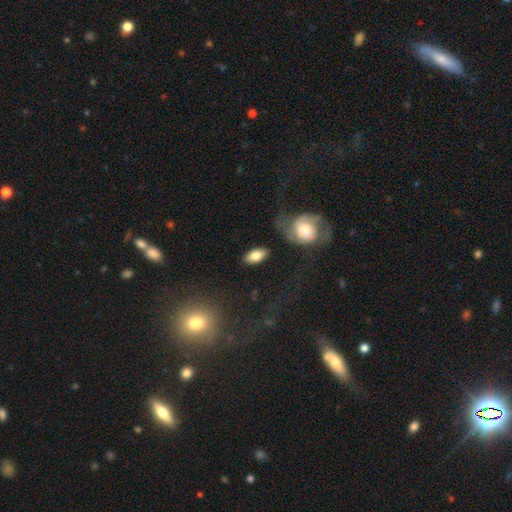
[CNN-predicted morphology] Smooth or featured? Predicted: smooth (p=0.79). How rounded? Predicted: in between (p=0.91). Merging? Predicted: none (p=0.81).